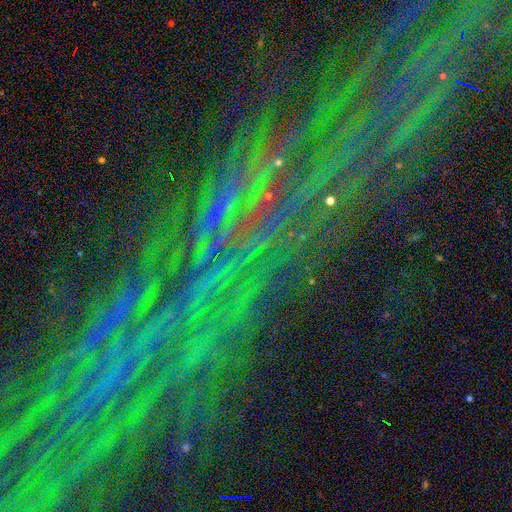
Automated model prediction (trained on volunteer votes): A star or artifact, not a galaxy (81%).